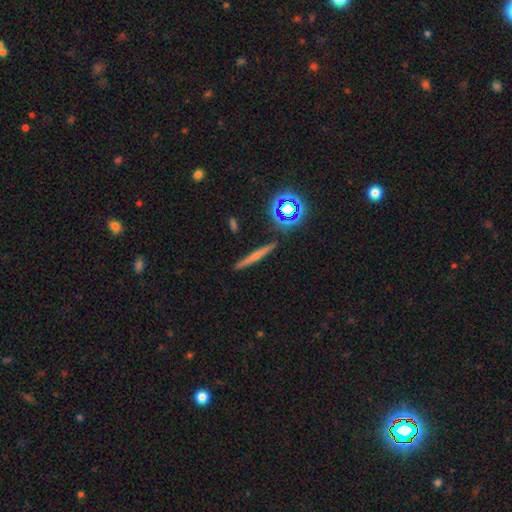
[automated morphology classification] Overall: smooth (46%; featured or disk 40%). Merging: none (89%).